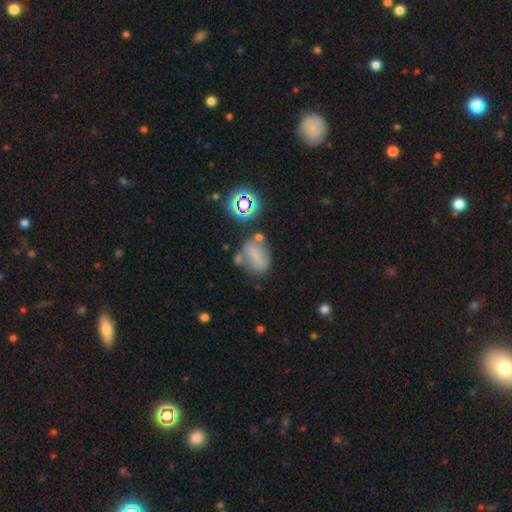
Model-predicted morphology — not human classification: The model was most divided on "merging": none: 45%, minor disturbance: 25%, merger: 16%, major disturbance: 14%. More confident: how rounded — in between (71%); smooth or featured — smooth (55%).